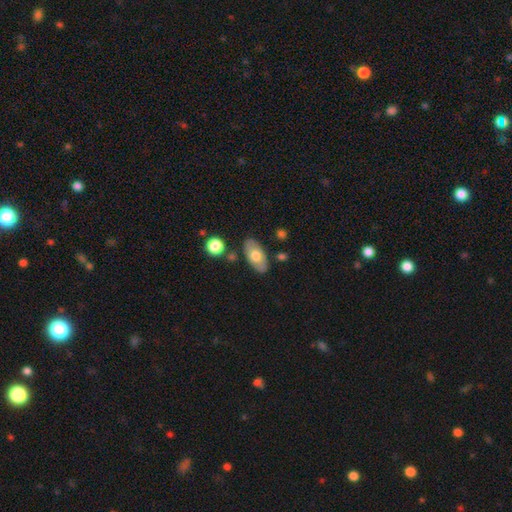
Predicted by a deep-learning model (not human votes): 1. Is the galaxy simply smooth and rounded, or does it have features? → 61% smooth, 33% featured or disk, 6% star or artifact.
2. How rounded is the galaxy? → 92% in between, 5% round, 3% cigar-shaped.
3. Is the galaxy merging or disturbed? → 81% none, 12% minor disturbance, 4% merger, 3% major disturbance.